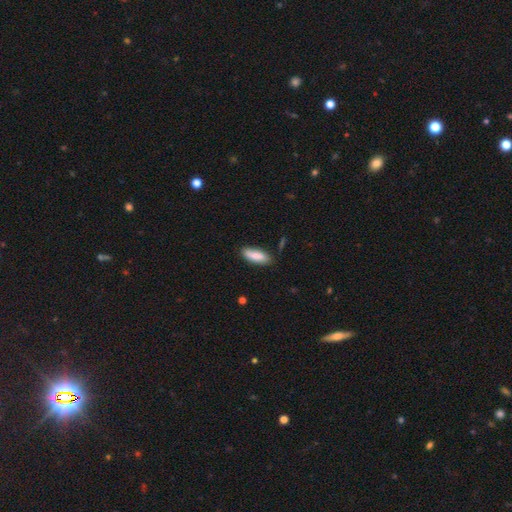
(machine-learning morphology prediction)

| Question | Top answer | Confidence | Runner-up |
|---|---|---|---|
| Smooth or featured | smooth | 84% | featured or disk (10%) |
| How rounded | in between | 68% | cigar-shaped (30%) |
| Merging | none | 78% | minor disturbance (17%) |